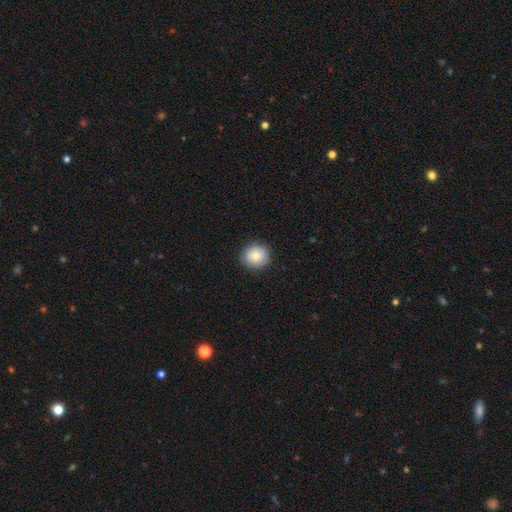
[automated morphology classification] A smooth galaxy with no disk features (79%) that is round (88%).

Vote fractions:
- Smooth or featured? smooth: 79% / featured or disk: 13% / star or artifact: 8%
- How rounded? round: 88% / in between: 11% / cigar-shaped: 1%
- Merging? none: 87% / minor disturbance: 10% / major disturbance: 2% / merger: 1%